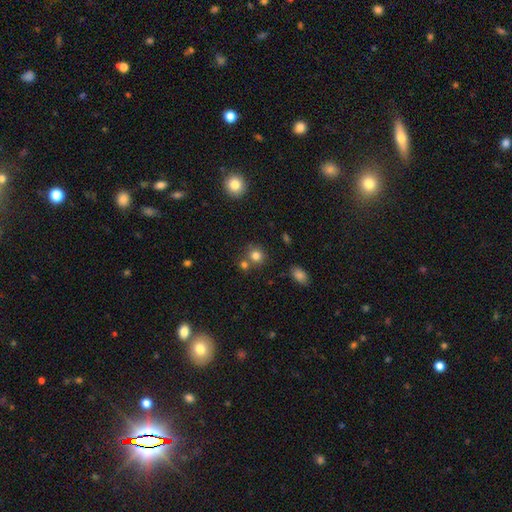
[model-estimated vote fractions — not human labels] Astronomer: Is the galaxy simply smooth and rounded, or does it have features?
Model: smooth — 79%.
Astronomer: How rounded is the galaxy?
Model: round — 85%.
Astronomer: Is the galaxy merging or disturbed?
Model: none — 67%.